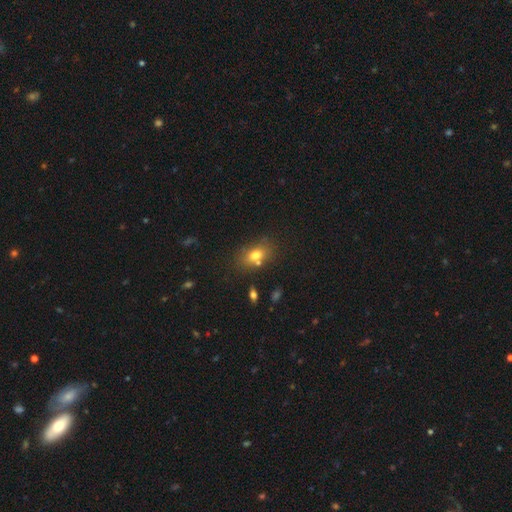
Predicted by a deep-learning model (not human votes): Smooth or featured: smooth — 73% (featured or disk — 15%)
How rounded: in between — 76% (round — 21%)
Merging: none — 67% (merger — 15%)